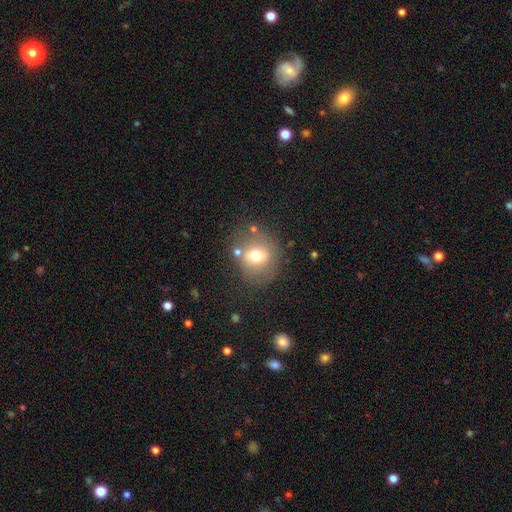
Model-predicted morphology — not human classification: Smooth or featured? Predicted: smooth (p=0.65). How rounded? Predicted: round (p=0.78). Merging? Predicted: none (p=0.72).